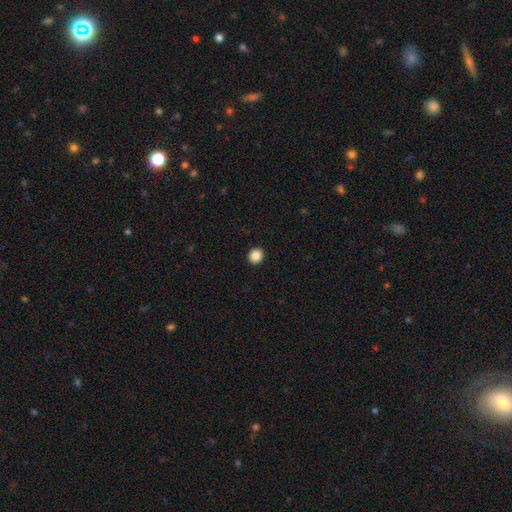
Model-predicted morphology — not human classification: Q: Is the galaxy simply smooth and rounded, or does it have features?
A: smooth — 87%.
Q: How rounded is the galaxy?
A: round — 81%.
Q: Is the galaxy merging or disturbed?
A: none — 93%.